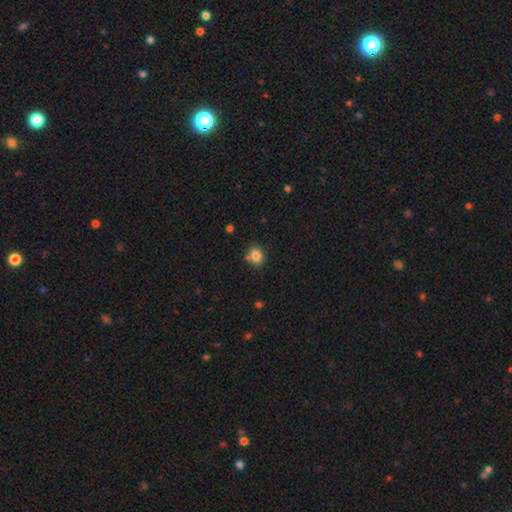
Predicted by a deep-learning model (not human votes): Q: Smooth or featured?
A: smooth (83%); runner-up: star or artifact (11%)
Q: How rounded?
A: round (62%); runner-up: in between (37%)
Q: Merging?
A: none (71%); runner-up: minor disturbance (14%)